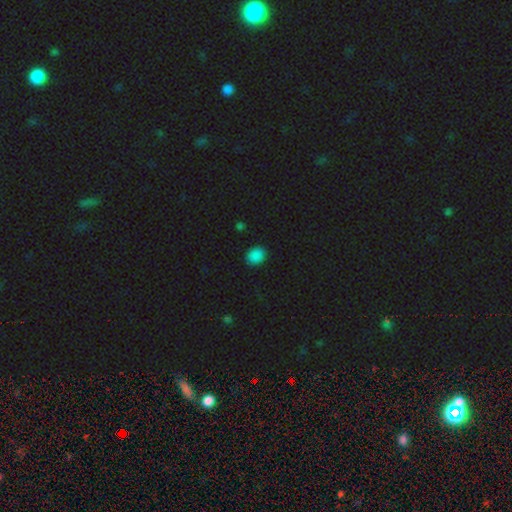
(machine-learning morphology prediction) Smooth or featured? Predicted: smooth (p=0.86). How rounded? Predicted: round (p=0.55). Merging? Predicted: none (p=0.90).